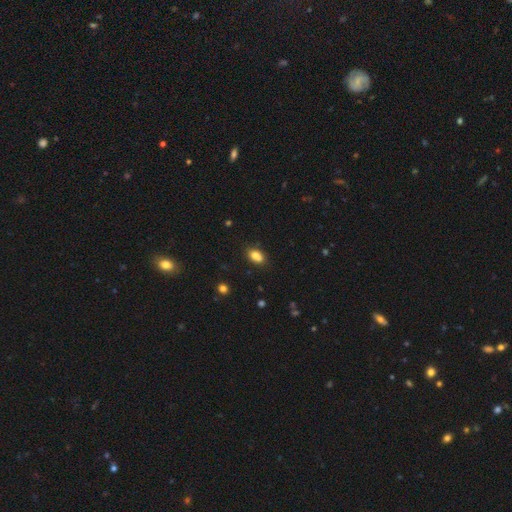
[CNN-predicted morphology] smooth 81%, star or artifact 10%, featured or disk 9%. Down the decision tree: how rounded — in between (82%); merging — none (71%).